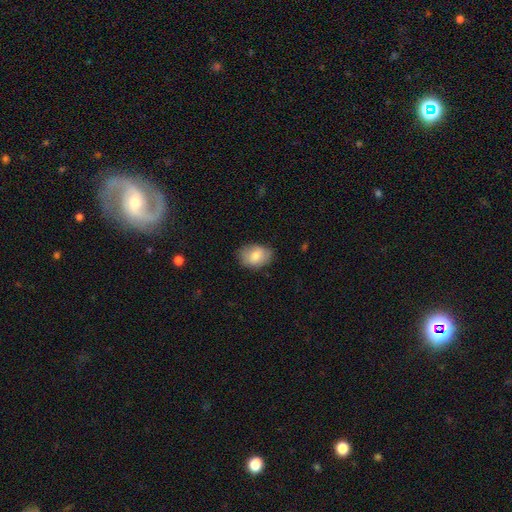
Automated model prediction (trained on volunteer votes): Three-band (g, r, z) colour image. It shows a smooth galaxy with no disk features (79%) that is in between round and cigar-shaped (77%). Merging: none (78%).